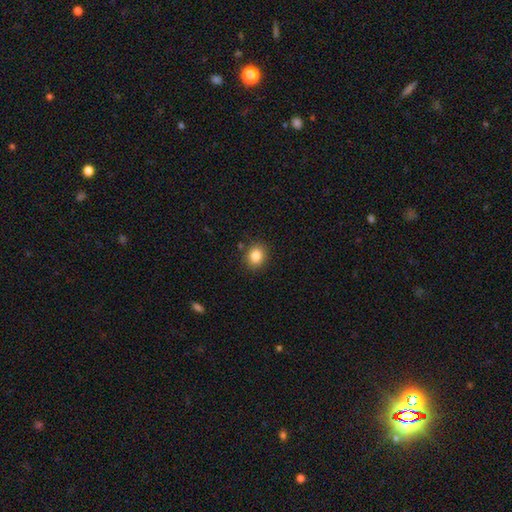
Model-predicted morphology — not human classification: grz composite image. It shows a smooth galaxy with no disk features (84%) that is round (66%). Merging: none (87%).